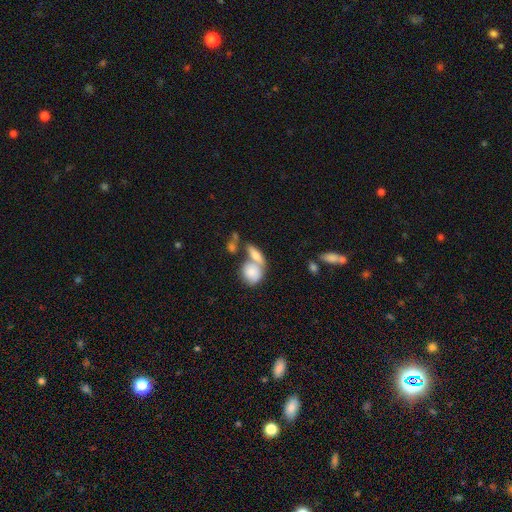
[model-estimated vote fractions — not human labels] The model was most divided on "merging": merger: 49%, none: 36%, minor disturbance: 10%, major disturbance: 5%. More confident: smooth or featured — smooth (70%); how rounded — in between (56%).